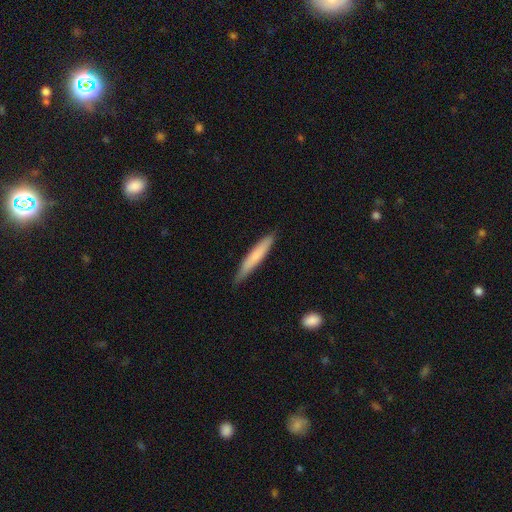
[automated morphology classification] This appears to be a smooth galaxy with no disk features (69%) that is cigar-shaped (93%). Merging: none (84%).